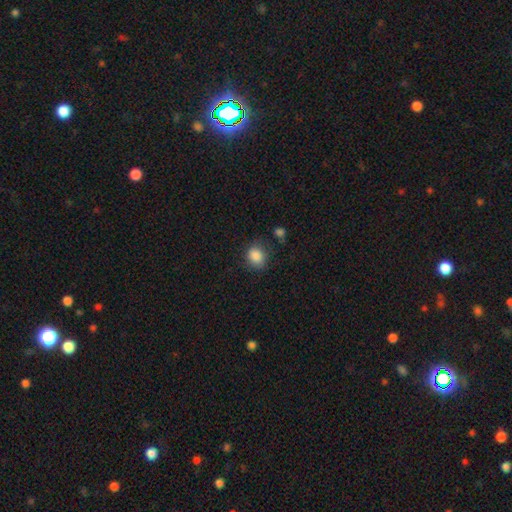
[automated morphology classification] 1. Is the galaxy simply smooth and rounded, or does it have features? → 87% smooth, 9% star or artifact, 4% featured or disk.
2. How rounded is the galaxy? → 61% round, 38% in between, 1% cigar-shaped.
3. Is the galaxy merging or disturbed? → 73% none, 18% minor disturbance, 6% major disturbance, 3% merger.